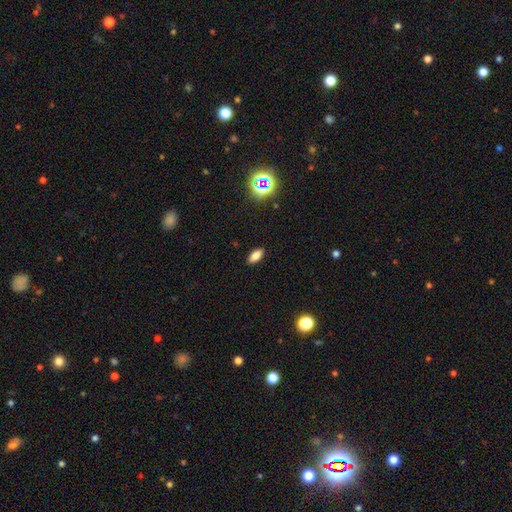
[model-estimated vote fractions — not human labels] Smooth or featured?
  - smooth: 77% *
  - star or artifact: 12%
  - featured or disk: 10%
How rounded?
  - in between: 81% *
  - cigar-shaped: 15%
  - round: 3%
Merging?
  - none: 89% *
  - minor disturbance: 8%
  - major disturbance: 2%
  - merger: 1%